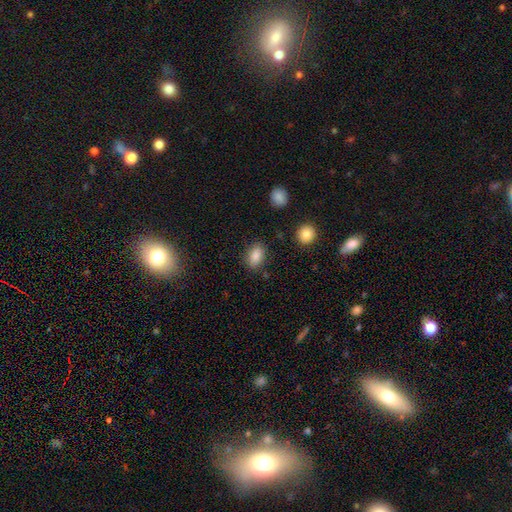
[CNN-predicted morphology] This appears to be a smooth galaxy with no disk features (87%) that is in between round and cigar-shaped (87%). Merging: none (85%).